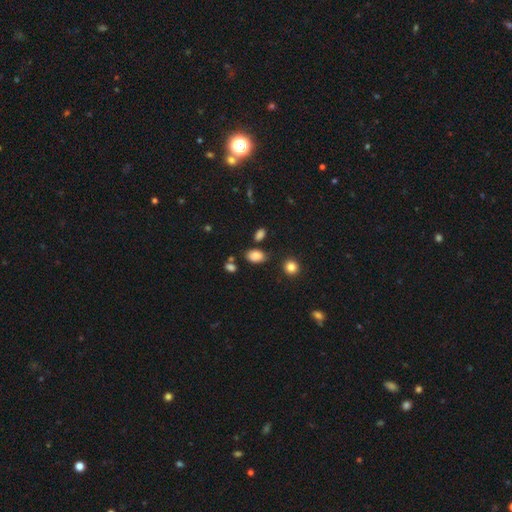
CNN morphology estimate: A smooth galaxy with no disk features (85%) that is in between round and cigar-shaped (88%). Merging: none (77%).